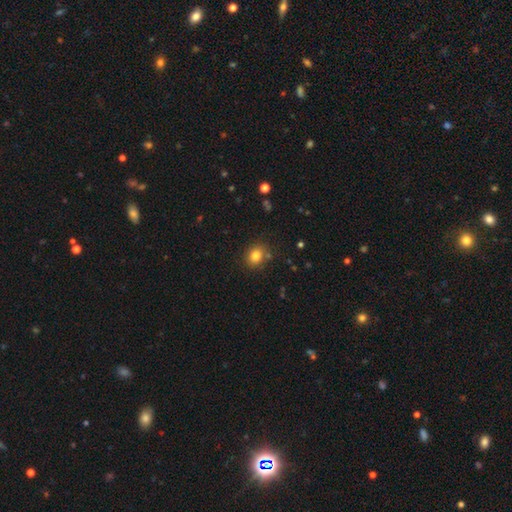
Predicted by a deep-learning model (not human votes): The model was most divided on "how rounded": round: 62%, in between: 37%, cigar-shaped: 1%. More confident: smooth or featured — smooth (82%); merging — none (80%).